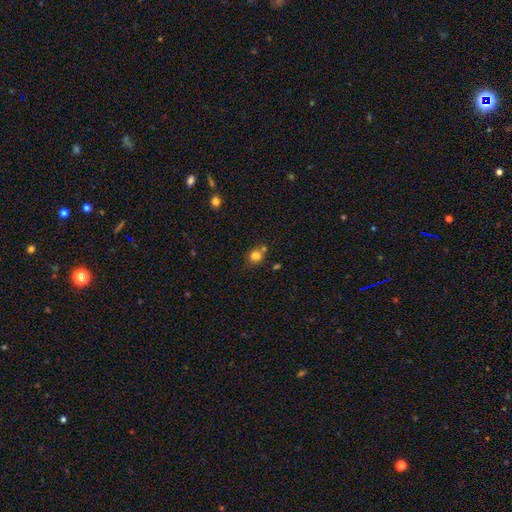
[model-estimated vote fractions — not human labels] This appears to be a smooth galaxy with no disk features (79%) that is round (79%). Merging: none (58%).